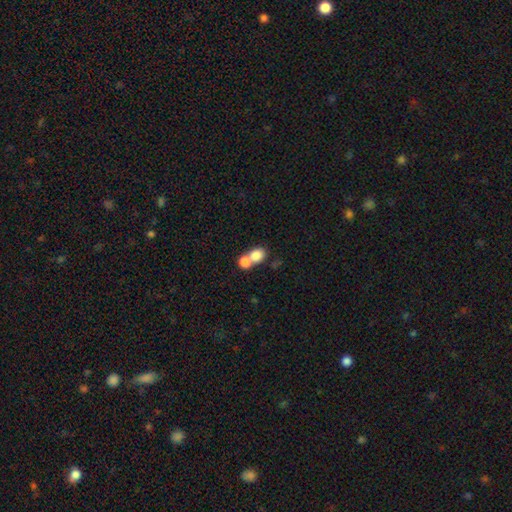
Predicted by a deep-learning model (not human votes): Smooth or featured? Predicted: smooth (p=0.80). How rounded? Predicted: round (p=0.54). Merging? Predicted: merger (p=0.61).